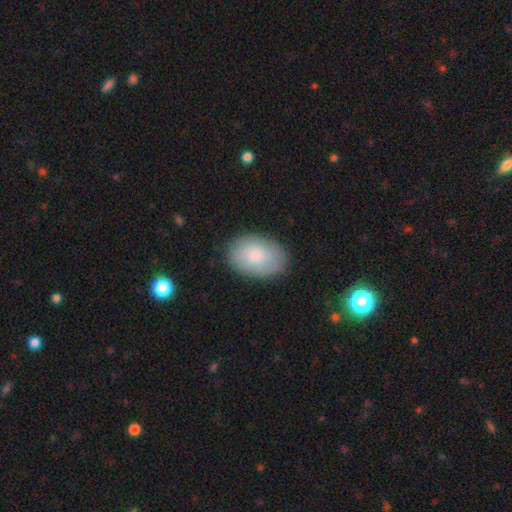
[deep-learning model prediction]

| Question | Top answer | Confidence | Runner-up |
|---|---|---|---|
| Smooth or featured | smooth | 81% | featured or disk (13%) |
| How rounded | in between | 88% | round (11%) |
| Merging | none | 86% | minor disturbance (11%) |